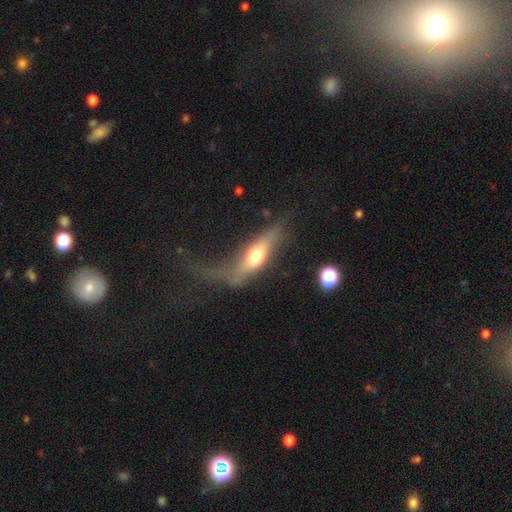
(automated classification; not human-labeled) Q: Smooth or featured?
A: smooth (47%); runner-up: featured or disk (46%)
Q: Merging?
A: major disturbance (37%); runner-up: none (35%)